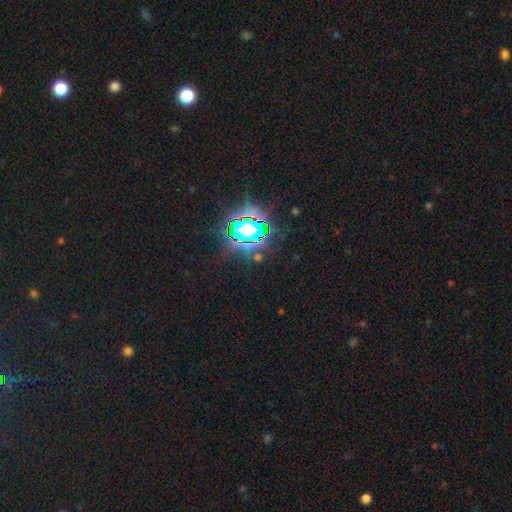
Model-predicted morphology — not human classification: Smooth or featured: star or artifact — 78% (smooth — 12%)